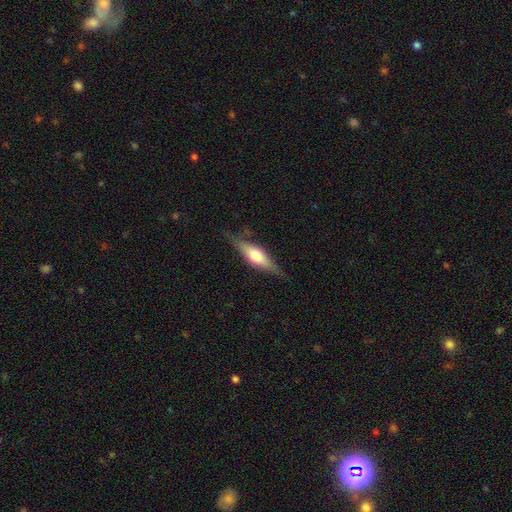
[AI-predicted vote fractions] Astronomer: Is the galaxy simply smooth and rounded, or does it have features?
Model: featured or disk — 50% (runner-up: smooth, 43%).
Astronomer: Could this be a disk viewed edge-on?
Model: yes — 90%.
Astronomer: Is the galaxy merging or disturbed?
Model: none — 78%.